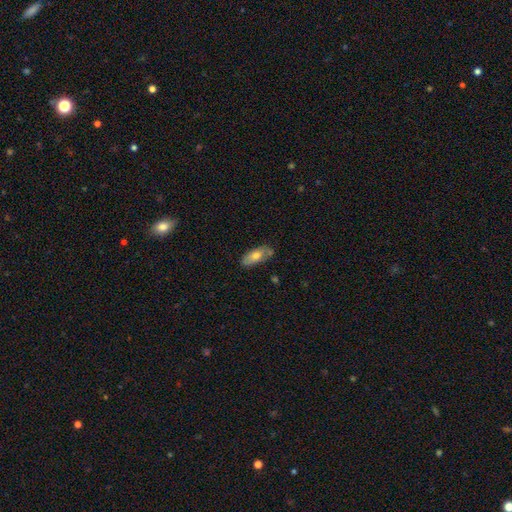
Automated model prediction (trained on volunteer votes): This is likely a smooth galaxy (65%). How rounded: clearly in between (84%). Merging: likely none (69%).